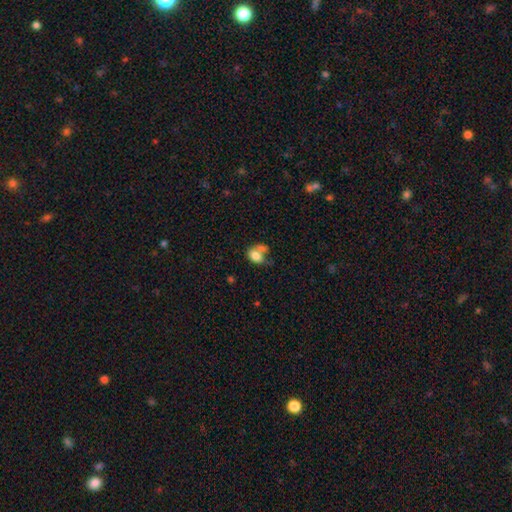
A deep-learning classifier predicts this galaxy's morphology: The model was most divided on "merging": merger: 45%, none: 30%, minor disturbance: 15%, major disturbance: 10%. More confident: smooth or featured — smooth (78%); how rounded — in between (73%).